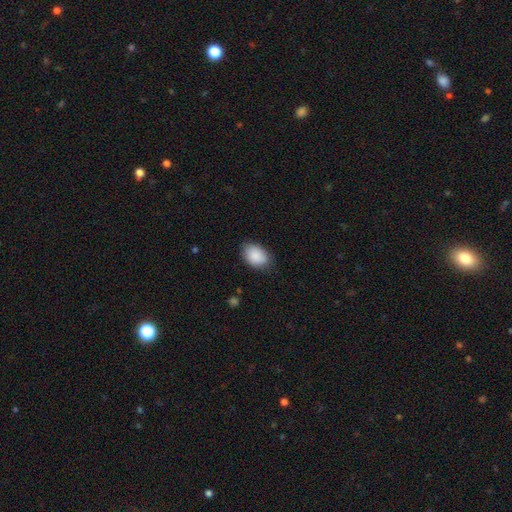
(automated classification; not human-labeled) smooth_or_featured: smooth (p=0.89) [alt: star or artifact p=0.06]
how_rounded: in between (p=0.84) [alt: round p=0.15]
merging: none (p=0.80) [alt: minor disturbance p=0.16]